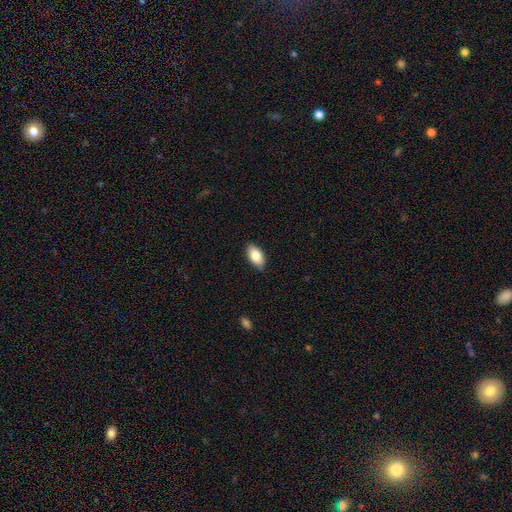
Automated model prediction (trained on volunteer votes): Smooth or featured?
  - smooth: 82% *
  - featured or disk: 12%
  - star or artifact: 7%
How rounded?
  - in between: 92% *
  - cigar-shaped: 4%
  - round: 3%
Merging?
  - none: 86% *
  - minor disturbance: 11%
  - major disturbance: 2%
  - merger: 1%